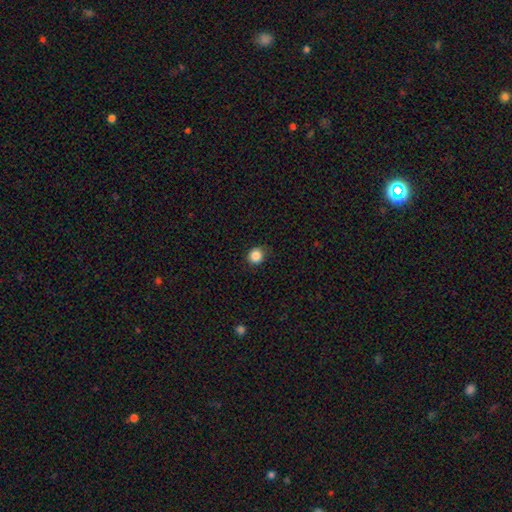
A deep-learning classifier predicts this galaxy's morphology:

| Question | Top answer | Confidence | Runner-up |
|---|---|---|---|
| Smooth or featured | smooth | 85% | star or artifact (11%) |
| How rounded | round | 86% | in between (13%) |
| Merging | none | 85% | minor disturbance (12%) |